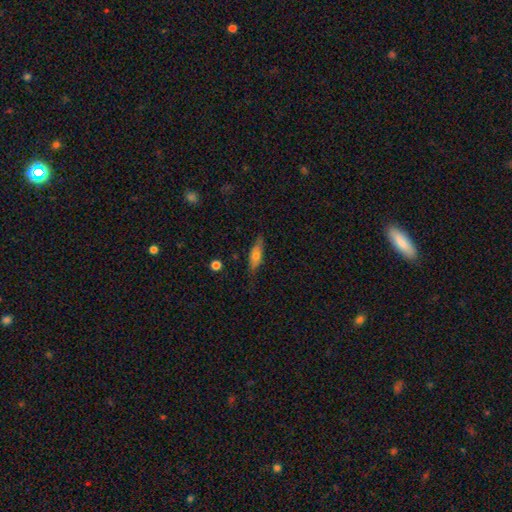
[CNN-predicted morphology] Smooth or featured?
  - smooth: 57% *
  - featured or disk: 36%
  - star or artifact: 7%
How rounded?
  - in between: 52% *
  - cigar-shaped: 45%
  - round: 3%
Merging?
  - none: 73% *
  - minor disturbance: 20%
  - major disturbance: 5%
  - merger: 2%